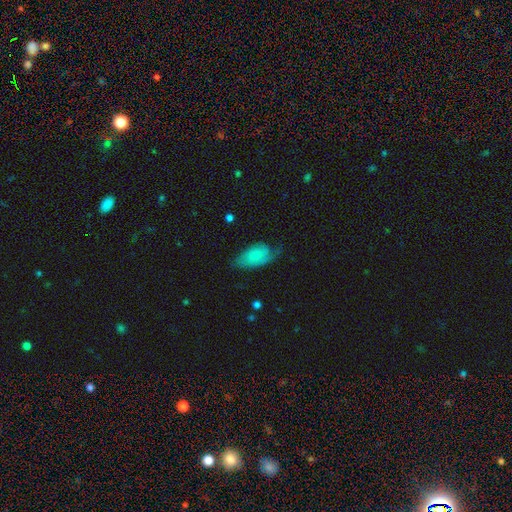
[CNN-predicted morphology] The model was most divided on "smooth or featured": smooth: 54%, featured or disk: 40%, star or artifact: 7%. Remaining: how rounded — in between (91%); merging — none (47%).